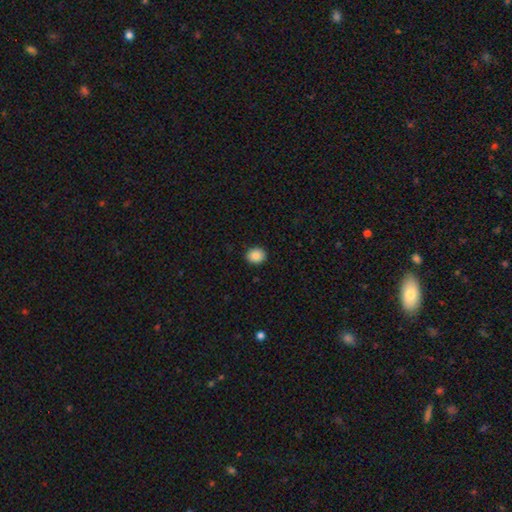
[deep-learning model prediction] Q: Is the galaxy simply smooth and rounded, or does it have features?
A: smooth — 87%.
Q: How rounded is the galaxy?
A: round — 68%.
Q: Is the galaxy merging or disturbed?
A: none — 90%.